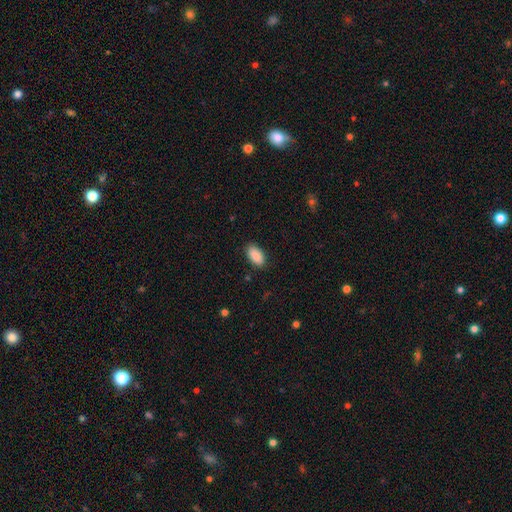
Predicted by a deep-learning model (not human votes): Smooth or featured: smooth — 90% (star or artifact — 7%)
How rounded: in between — 94% (round — 3%)
Merging: none — 87% (minor disturbance — 9%)